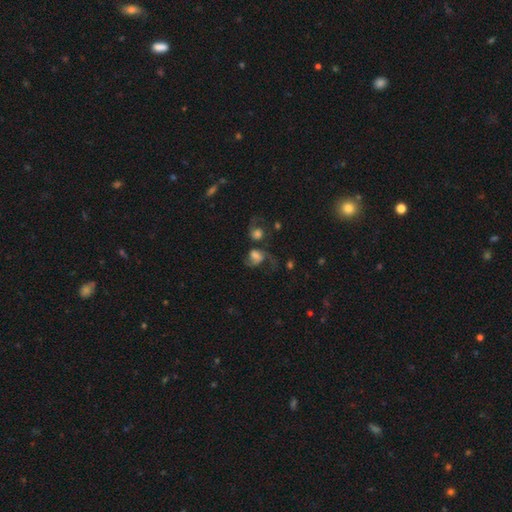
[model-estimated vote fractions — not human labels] smooth_or_featured: featured or disk (p=0.45) [alt: smooth p=0.42]
merging: merger (p=0.33) [alt: major disturbance p=0.29]